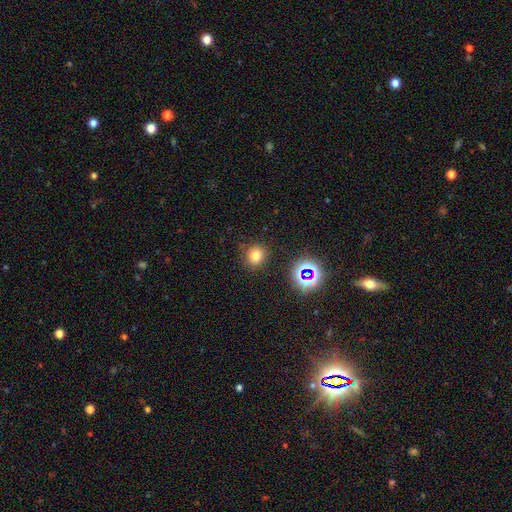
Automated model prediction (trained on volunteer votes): smooth-or-featured: smooth: 73% | star or artifact: 20% | featured or disk: 7%
  how-rounded: round: 83% | in between: 16% | cigar-shaped: 1%
  merging: none: 86% | minor disturbance: 9% | major disturbance: 3% | merger: 2%